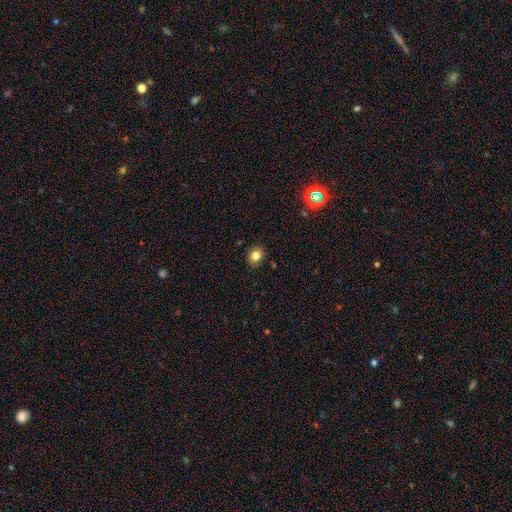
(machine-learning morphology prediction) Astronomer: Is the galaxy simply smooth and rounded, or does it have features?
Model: smooth — 82%.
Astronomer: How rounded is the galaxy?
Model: round — 51% (runner-up: in between, 48%).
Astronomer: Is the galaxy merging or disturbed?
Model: none — 88%.